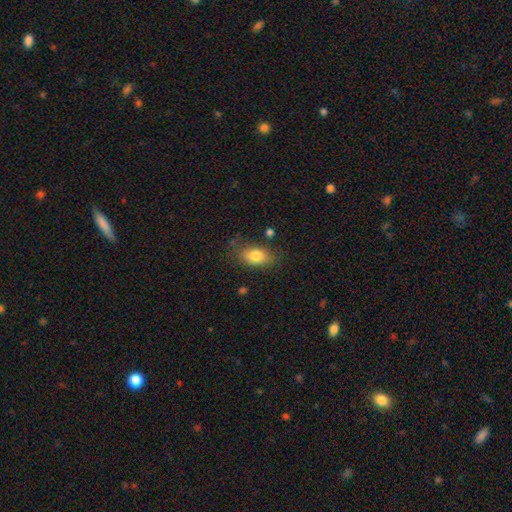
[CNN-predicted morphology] smooth_or_featured: smooth (p=0.81) [alt: featured or disk p=0.11]
how_rounded: in between (p=0.86) [alt: round p=0.12]
merging: none (p=0.75) [alt: minor disturbance p=0.17]